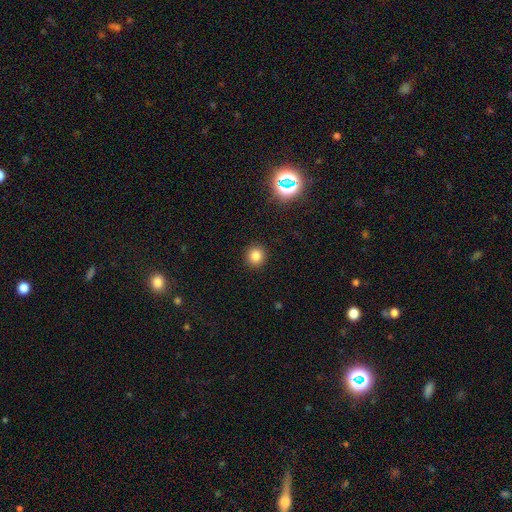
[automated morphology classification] smooth 82%, star or artifact 14%, featured or disk 4%. Down the decision tree: how rounded — round (90%); merging — none (91%).